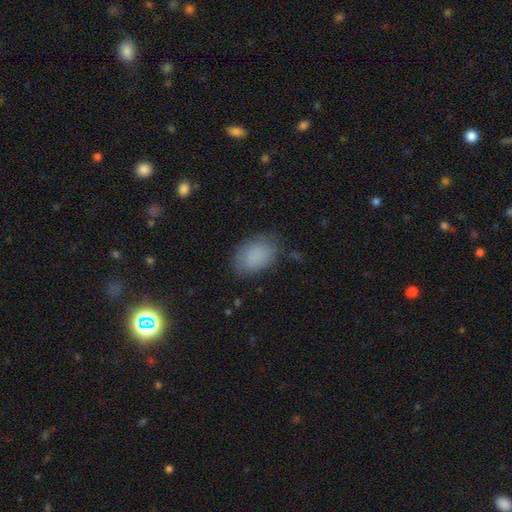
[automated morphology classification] Q: Smooth or featured?
A: smooth (85%); runner-up: star or artifact (8%)
Q: How rounded?
A: in between (83%); runner-up: round (16%)
Q: Merging?
A: none (74%); runner-up: minor disturbance (19%)